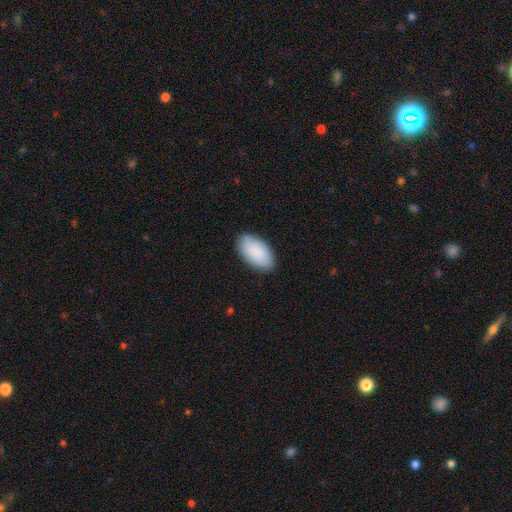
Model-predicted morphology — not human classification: Overall: smooth (90%). How rounded: in between (96%). Merging: none (87%).